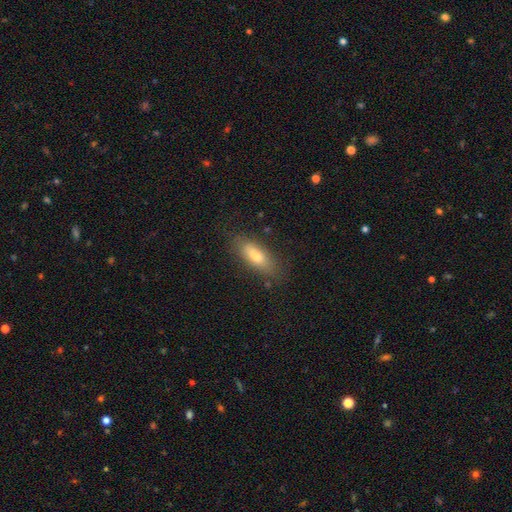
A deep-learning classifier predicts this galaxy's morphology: This appears to be a smooth galaxy with no disk features (67%) that is in between round and cigar-shaped (64%). Merging: none (83%).